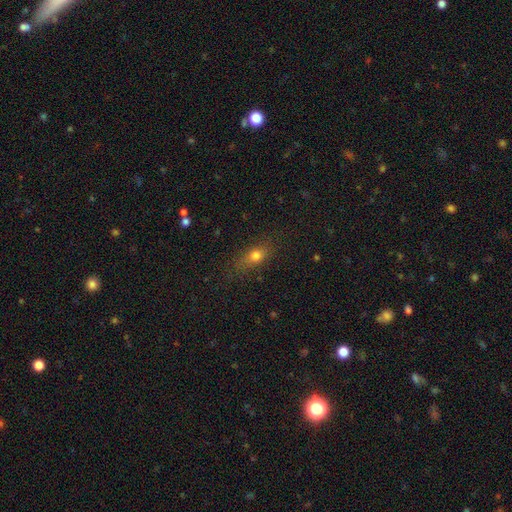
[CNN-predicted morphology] Smooth or featured? smooth (73%)
How rounded? in between (60%)
Merging? none (72%)